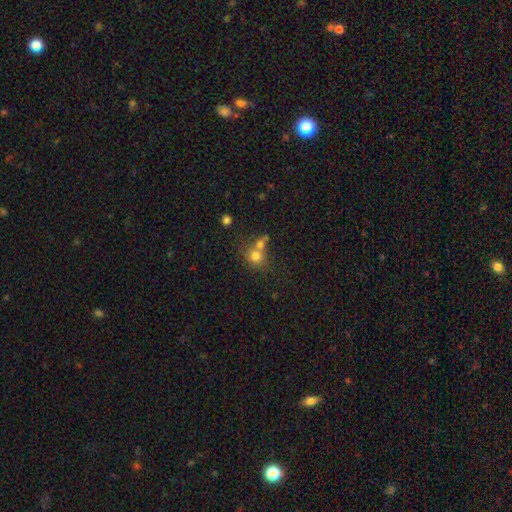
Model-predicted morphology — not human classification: Smooth or featured? smooth (76%)
How rounded? round (74%)
Merging? merger (43%, tied with none)